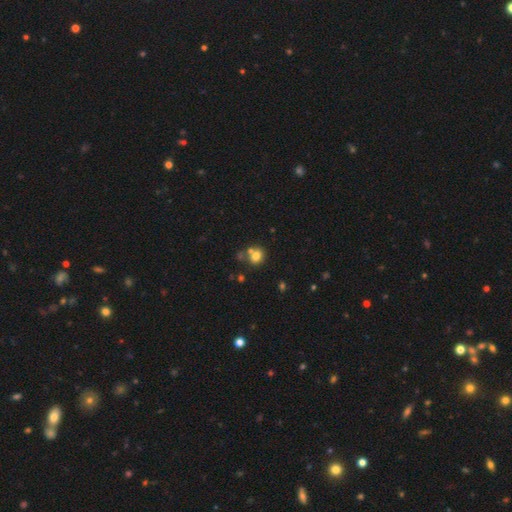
Morphology: type=smooth (88%); roundness=round (69%); merging=merger (45%).